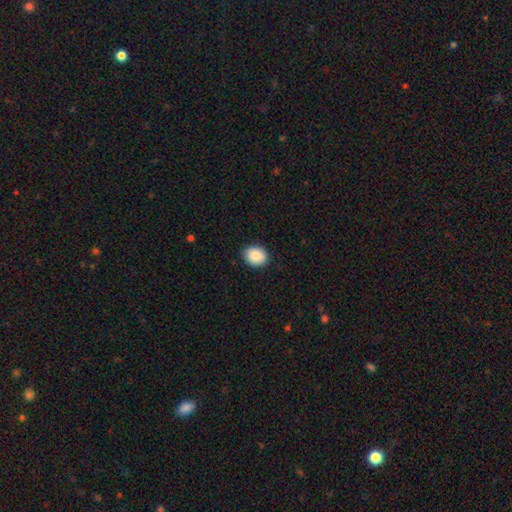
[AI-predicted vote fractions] Overall: smooth (88%). How rounded: round (52%; in between 47%). Merging: none (88%).